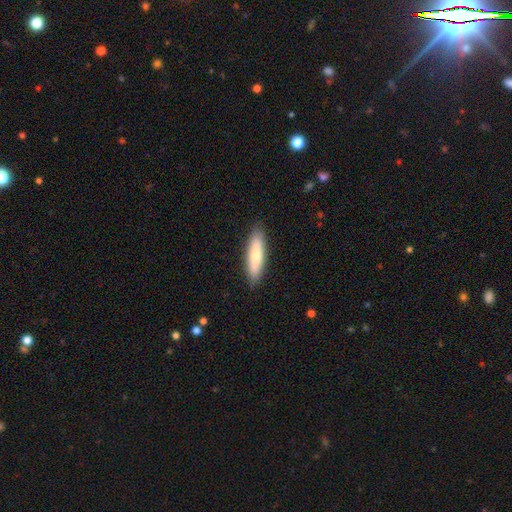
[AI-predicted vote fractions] Overall: smooth (71%). How rounded: cigar-shaped (71%). Merging: none (88%).